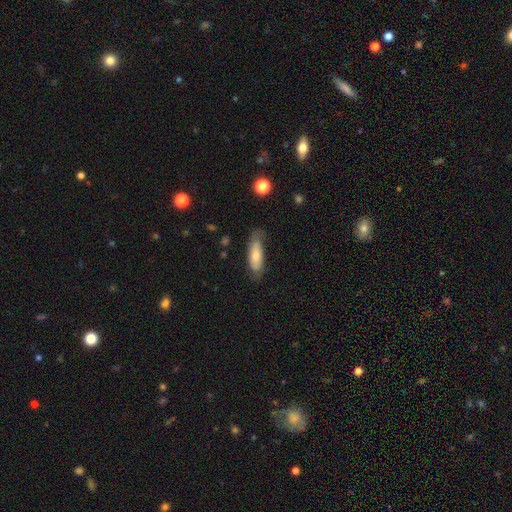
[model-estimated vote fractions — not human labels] This appears to be a smooth galaxy with no disk features (72%) that is in between round and cigar-shaped (63%). Merging: none (62%).